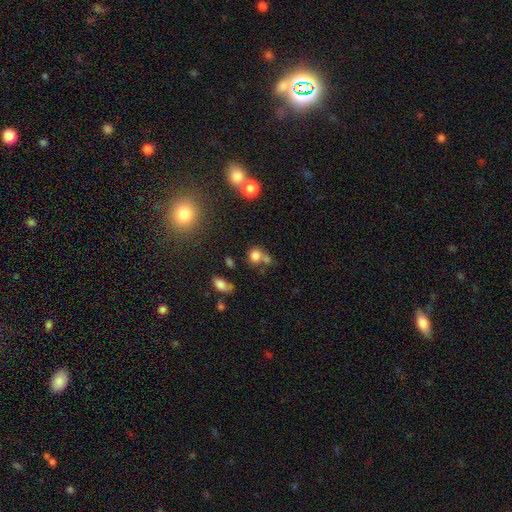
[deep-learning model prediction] Smooth or featured? smooth (76%)
How rounded? round (72%)
Merging? none (44%)